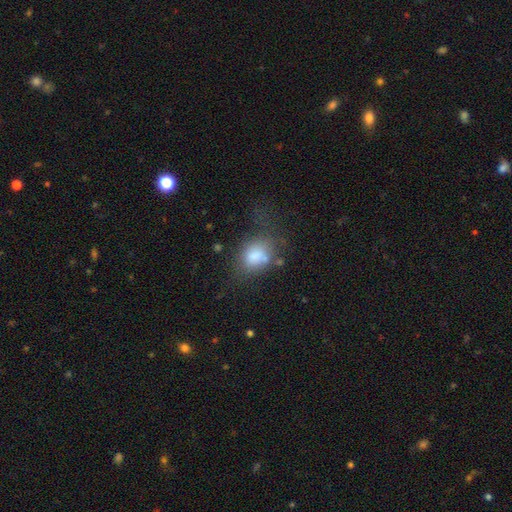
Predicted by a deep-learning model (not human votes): This appears to be a smooth galaxy with no disk features (77%) that is in between round and cigar-shaped (63%). Merging: none (40%).